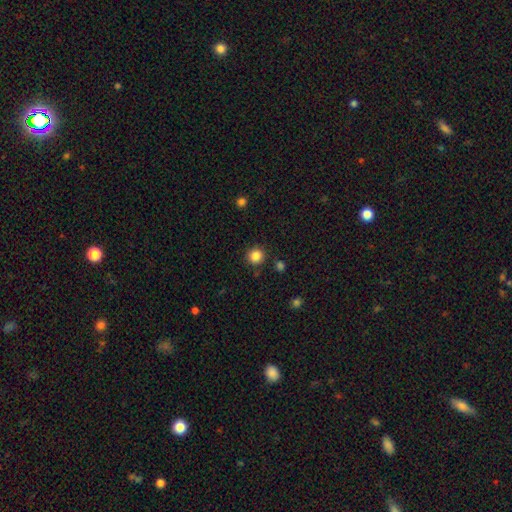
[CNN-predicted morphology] Overall: smooth (85%). How rounded: round (94%). Merging: none (89%).